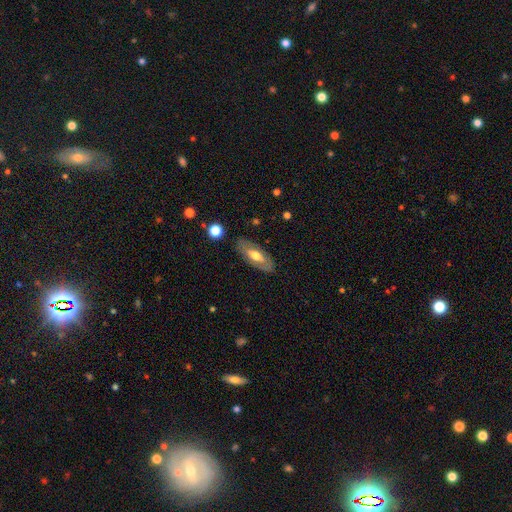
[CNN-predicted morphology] smooth_or_featured: smooth (p=0.48) [alt: featured or disk p=0.46]
merging: none (p=0.83) [alt: minor disturbance p=0.12]